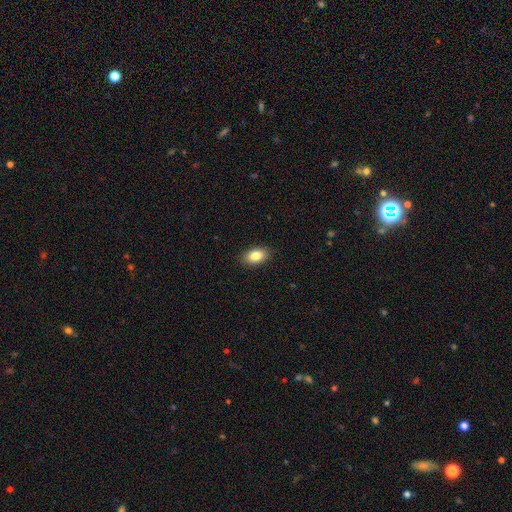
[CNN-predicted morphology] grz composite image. It shows a smooth galaxy with no disk features (85%) that is in between round and cigar-shaped (91%). Merging: none (88%).